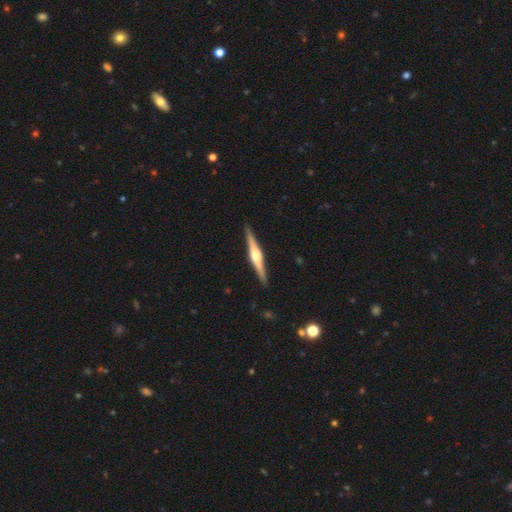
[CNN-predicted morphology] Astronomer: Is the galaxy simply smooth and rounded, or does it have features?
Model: featured or disk — 77%.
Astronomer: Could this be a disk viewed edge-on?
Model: yes — 98%.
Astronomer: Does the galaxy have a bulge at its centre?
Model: rounded — 85%.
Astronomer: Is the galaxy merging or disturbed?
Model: none — 91%.